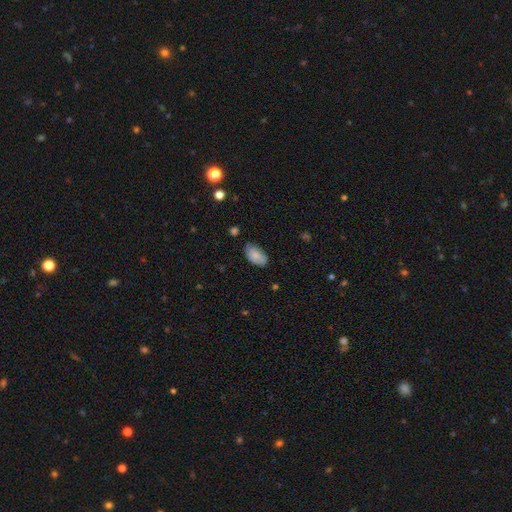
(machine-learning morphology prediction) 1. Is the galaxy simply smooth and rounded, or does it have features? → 80% smooth, 13% featured or disk, 7% star or artifact.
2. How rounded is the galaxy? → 94% in between, 4% round, 2% cigar-shaped.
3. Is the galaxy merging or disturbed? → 69% none, 26% minor disturbance, 4% major disturbance, 2% merger.